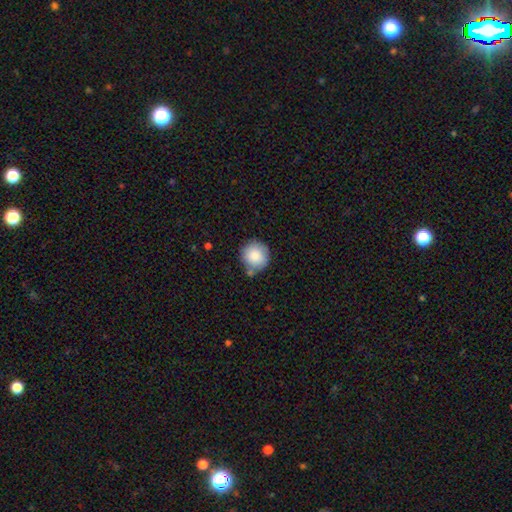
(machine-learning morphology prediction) Smooth or featured?
  - smooth: 86% *
  - star or artifact: 7%
  - featured or disk: 7%
How rounded?
  - round: 94% *
  - in between: 5%
  - cigar-shaped: 1%
Merging?
  - none: 73% *
  - minor disturbance: 16%
  - merger: 8%
  - major disturbance: 4%